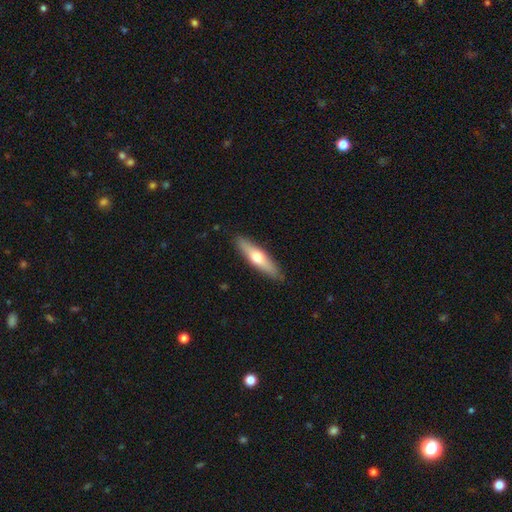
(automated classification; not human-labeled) This appears to be a smooth galaxy with no disk features (51%) that is cigar-shaped (77%). Merging: none (89%).